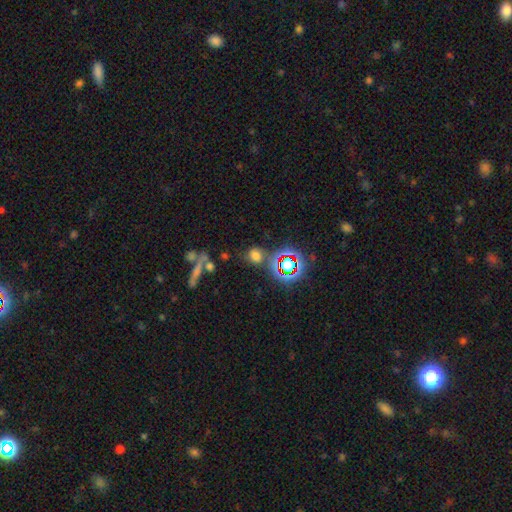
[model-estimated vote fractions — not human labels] Smooth or featured: smooth — 62% (star or artifact — 28%)
How rounded: round — 64% (in between — 34%)
Merging: none — 66% (minor disturbance — 14%)